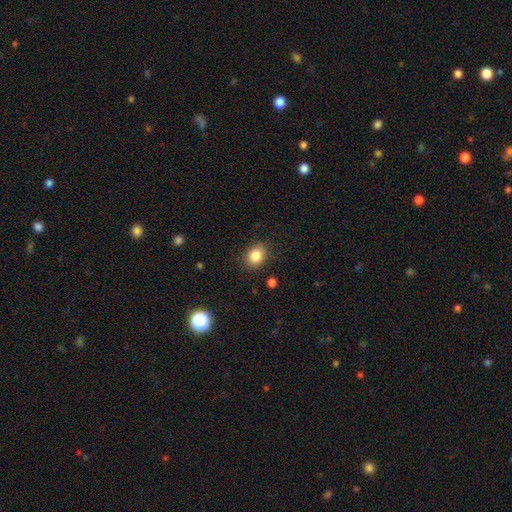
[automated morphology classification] This is clearly a smooth galaxy (85%). How rounded: possibly round (50%). Merging: clearly none (85%).